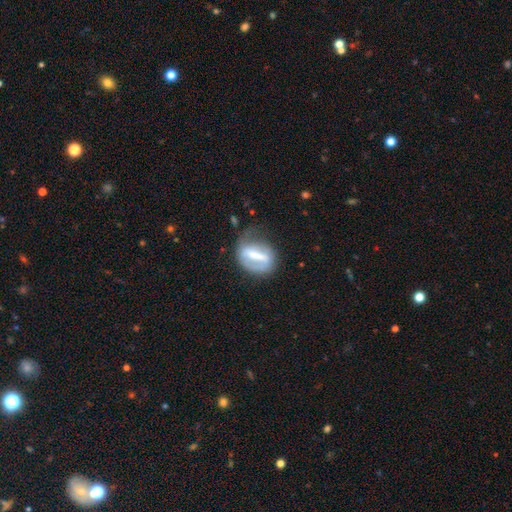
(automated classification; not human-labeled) A featured or disk galaxy (56%) with a strong bar (68%), no spiral arms (56%) and a moderate central bulge (36%). Merging: none (43%).